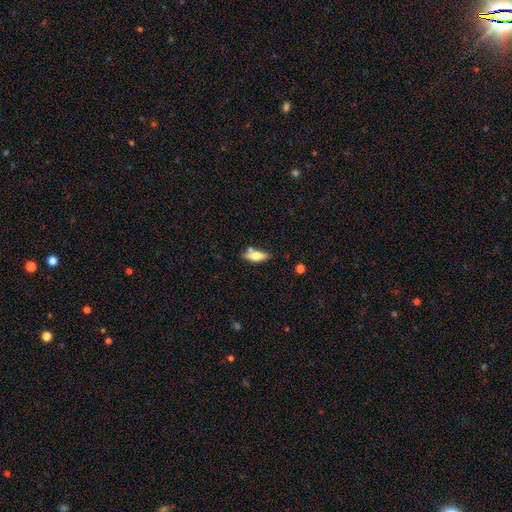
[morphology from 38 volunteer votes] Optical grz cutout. It shows a smooth galaxy with no disk features (68%) that is in between round and cigar-shaped (58%). Merging: none (76%).